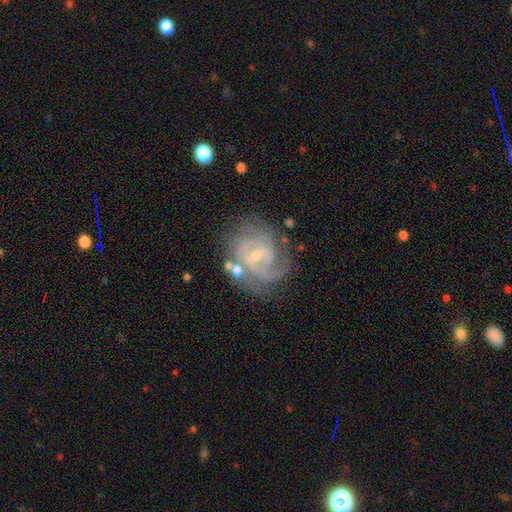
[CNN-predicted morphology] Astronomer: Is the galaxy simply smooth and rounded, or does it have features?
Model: featured or disk — 88%.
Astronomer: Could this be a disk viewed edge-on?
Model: no — 98%.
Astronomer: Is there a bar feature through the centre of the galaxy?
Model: weak — 55%.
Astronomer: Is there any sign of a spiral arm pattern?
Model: yes — 97%.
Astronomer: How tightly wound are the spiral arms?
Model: tight — 61%.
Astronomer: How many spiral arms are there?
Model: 2 — 41% (runner-up: 3, 24%).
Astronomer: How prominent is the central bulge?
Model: small — 71%.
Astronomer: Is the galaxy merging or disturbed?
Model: none — 66%.